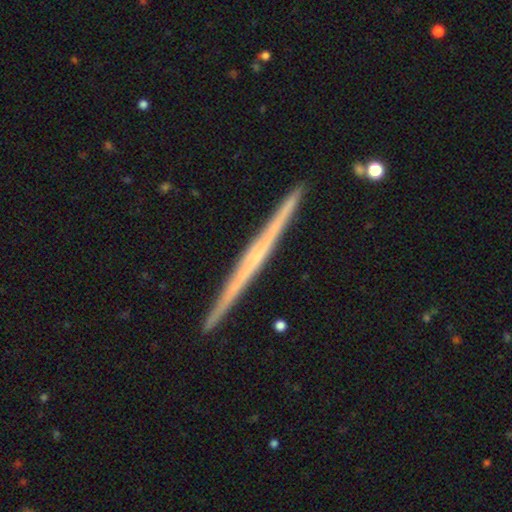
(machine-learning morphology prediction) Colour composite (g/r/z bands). It shows a featured or disk galaxy (74%) viewed edge-on (98%) with no central bulge (70%). Merging: none (92%).